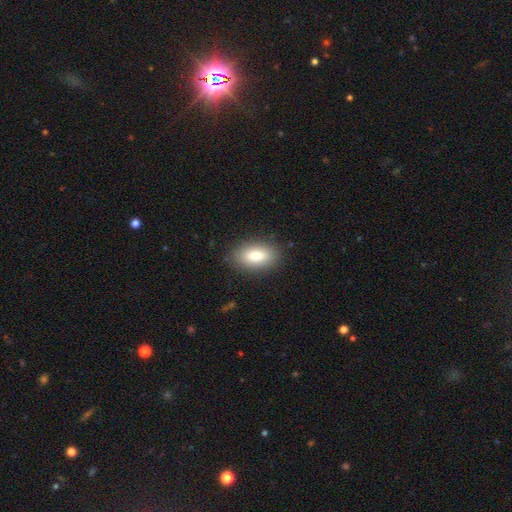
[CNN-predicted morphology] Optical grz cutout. It shows a smooth galaxy with no disk features (82%) that is in between round and cigar-shaped (91%). Merging: none (87%).